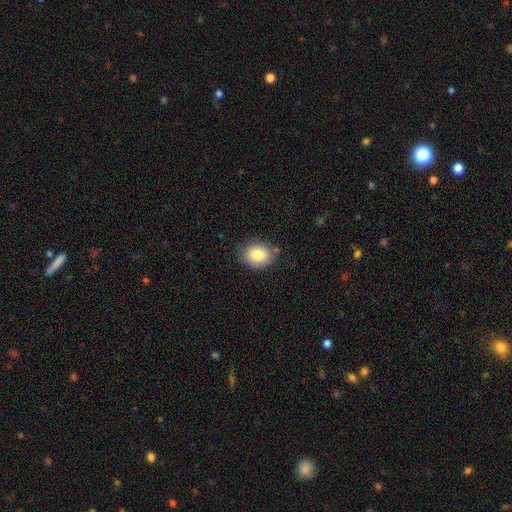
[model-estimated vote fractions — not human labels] A smooth galaxy with no disk features (84%) that is in between round and cigar-shaped (57%). Merging: none (79%).